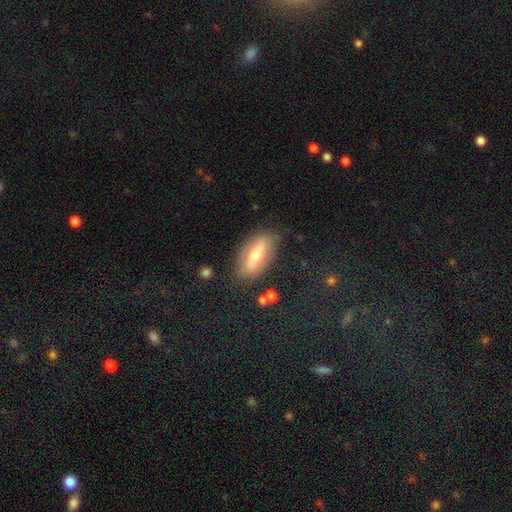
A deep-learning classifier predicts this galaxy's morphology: Smooth or featured? Predicted: smooth (p=0.51). How rounded? Predicted: in between (p=0.75). Merging? Predicted: none (p=0.82).